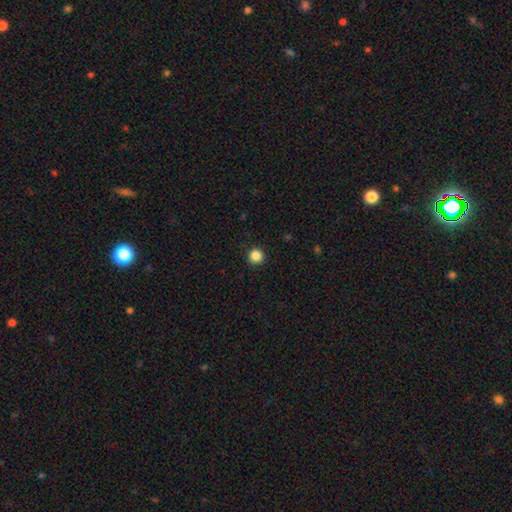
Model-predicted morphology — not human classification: smooth_or_featured: smooth (p=0.87) [alt: star or artifact p=0.11]
how_rounded: round (p=0.96) [alt: in between p=0.03]
merging: none (p=0.93) [alt: minor disturbance p=0.05]